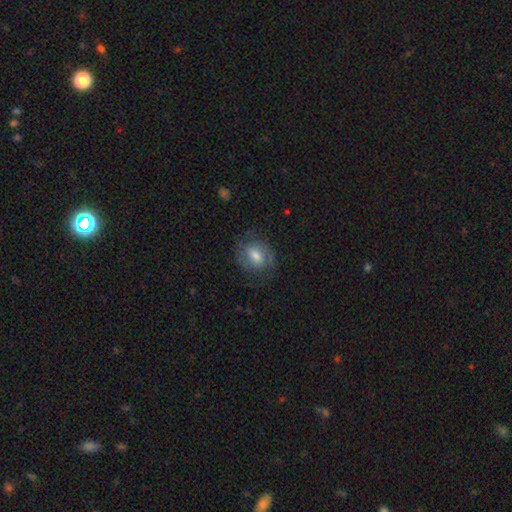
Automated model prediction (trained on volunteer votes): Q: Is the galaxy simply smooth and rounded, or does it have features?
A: smooth — 58%.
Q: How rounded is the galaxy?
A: in between — 52%.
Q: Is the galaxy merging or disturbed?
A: none — 70%.